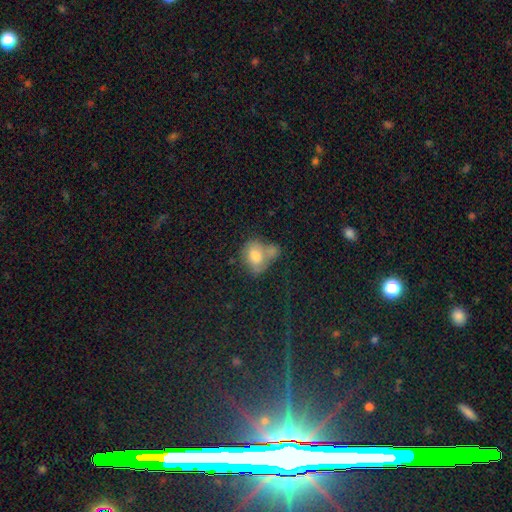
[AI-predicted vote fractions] A smooth galaxy with no disk features (69%) that is in between round and cigar-shaped (54%).

Vote fractions:
- Smooth or featured? smooth: 69% / featured or disk: 19% / star or artifact: 12%
- How rounded? in between: 54% / round: 44% / cigar-shaped: 1%
- Merging? merger: 41% / none: 32% / minor disturbance: 17% / major disturbance: 10%